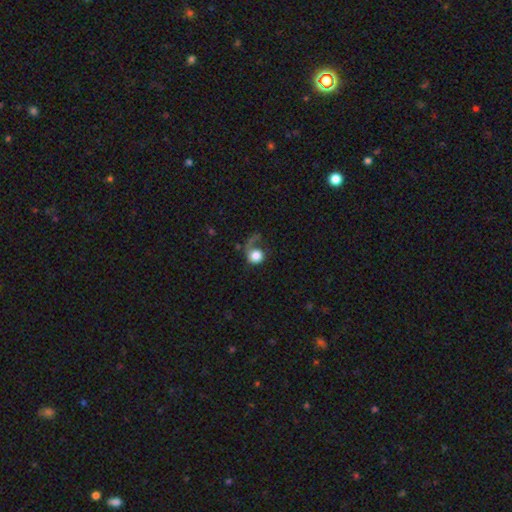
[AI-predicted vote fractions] Overall: smooth (67%). How rounded: round (84%). Merging: major disturbance (48%; none 30%).